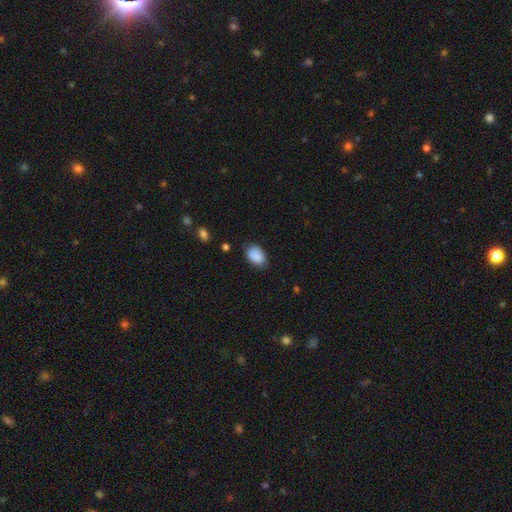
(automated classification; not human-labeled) smooth_or_featured: smooth (p=0.88) [alt: star or artifact p=0.07]
how_rounded: in between (p=0.87) [alt: round p=0.11]
merging: none (p=0.74) [alt: minor disturbance p=0.20]